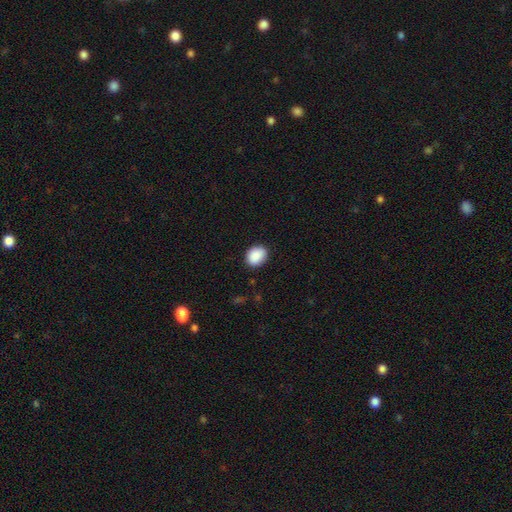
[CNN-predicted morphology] Smooth or featured?
  - smooth: 89% *
  - star or artifact: 8%
  - featured or disk: 3%
How rounded?
  - in between: 55% *
  - round: 44%
  - cigar-shaped: 1%
Merging?
  - none: 86% *
  - minor disturbance: 10%
  - major disturbance: 2%
  - merger: 1%